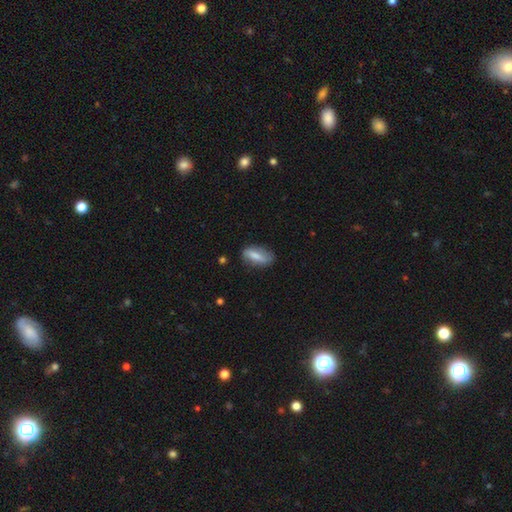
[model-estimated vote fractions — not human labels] Smooth or featured: smooth — 67% (featured or disk — 26%)
How rounded: in between — 77% (cigar-shaped — 20%)
Merging: none — 70% (minor disturbance — 23%)